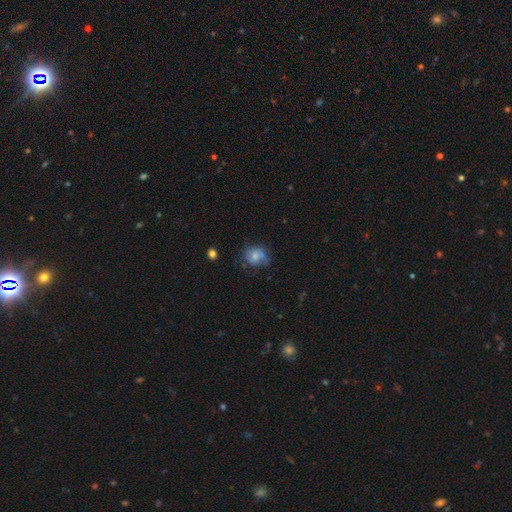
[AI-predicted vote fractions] This is likely a smooth galaxy (66%). How rounded: likely round (68%). Merging: possibly none (53%).